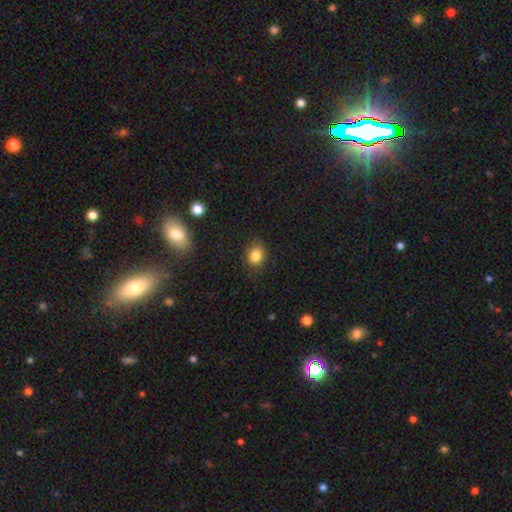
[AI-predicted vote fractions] A smooth galaxy with no disk features (84%) that is round (56%). Merging: none (84%).